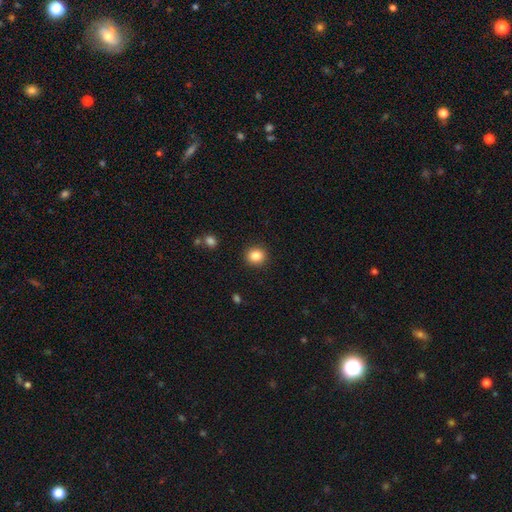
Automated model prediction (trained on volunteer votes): The model was most divided on "how rounded": round: 83%, in between: 16%, cigar-shaped: 1%. More confident: merging — none (91%); smooth or featured — smooth (86%).